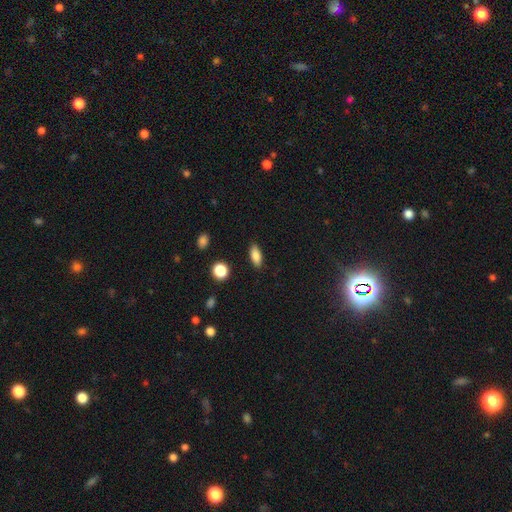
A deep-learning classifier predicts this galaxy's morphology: Smooth or featured?
  - smooth: 85% *
  - star or artifact: 9%
  - featured or disk: 7%
How rounded?
  - in between: 80% *
  - cigar-shaped: 16%
  - round: 4%
Merging?
  - none: 87% *
  - minor disturbance: 9%
  - major disturbance: 2%
  - merger: 1%